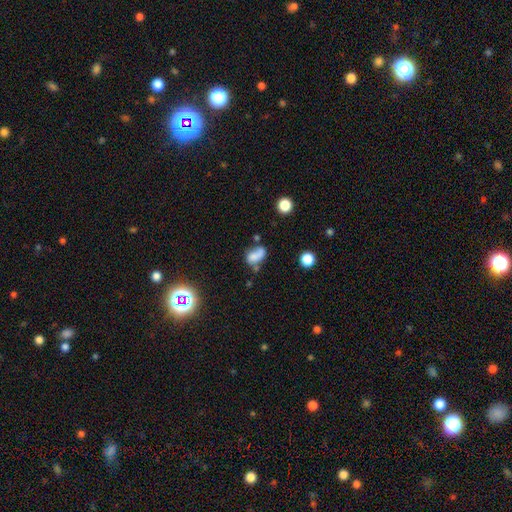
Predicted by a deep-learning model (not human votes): A smooth galaxy with no disk features (64%) that is in between round and cigar-shaped (81%). Merging: none (36%).